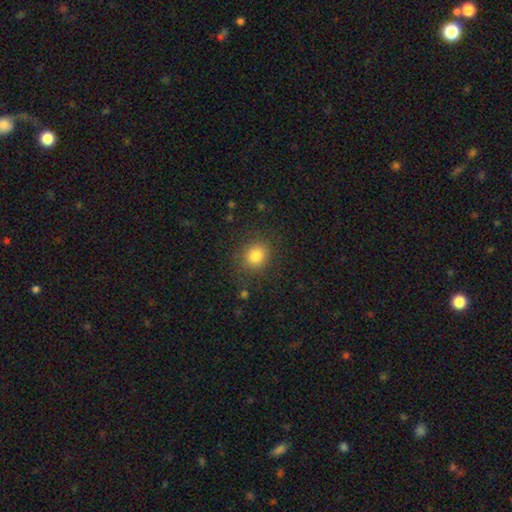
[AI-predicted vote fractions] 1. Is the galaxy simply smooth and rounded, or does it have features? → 82% smooth, 11% star or artifact, 6% featured or disk.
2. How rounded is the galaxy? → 75% round, 24% in between, 1% cigar-shaped.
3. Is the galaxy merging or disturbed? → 84% none, 10% minor disturbance, 4% major disturbance, 1% merger.